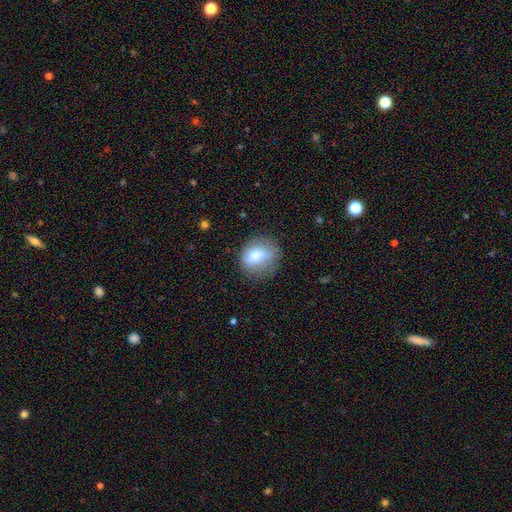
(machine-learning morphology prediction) Smooth or featured? Predicted: smooth (p=0.73). How rounded? Predicted: round (p=0.67). Merging? Predicted: none (p=0.60).